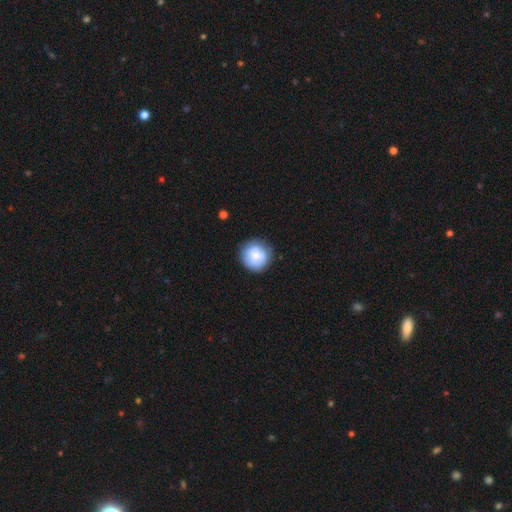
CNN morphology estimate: A smooth galaxy with no disk features (69%) that is round (93%). Merging: none (77%).